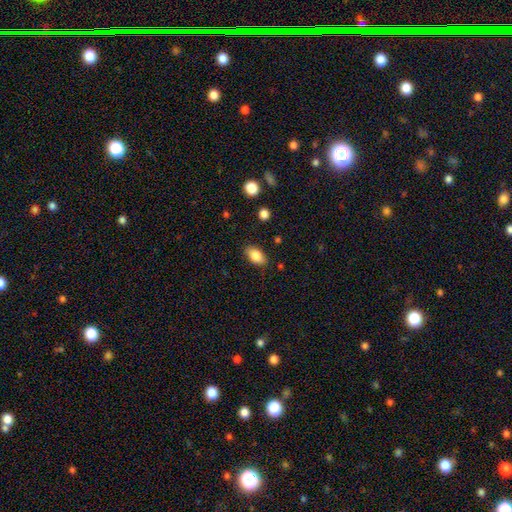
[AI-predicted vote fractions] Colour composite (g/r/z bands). It shows a smooth galaxy with no disk features (84%) that is in between round and cigar-shaped (90%). Merging: none (84%).